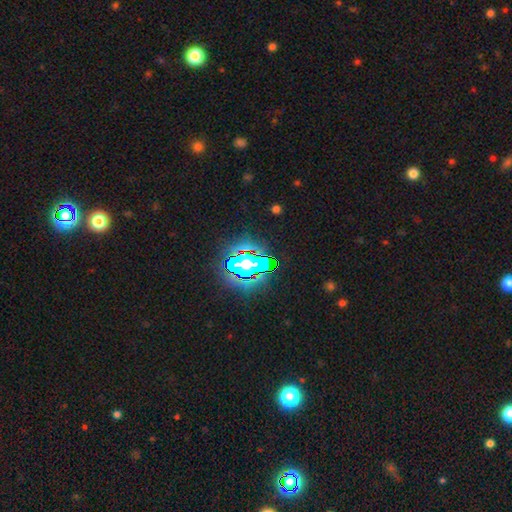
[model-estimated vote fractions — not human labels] Q: Smooth or featured?
A: star or artifact (81%); runner-up: smooth (11%)